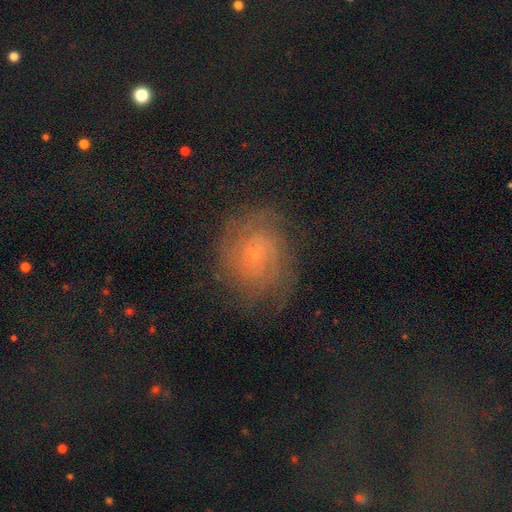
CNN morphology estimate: Overall: featured or disk (53%; star or artifact 28%). Edge-on disk: no (97%). Bar: no (71%). Spiral arms: yes (90%). Bulge size: small (83%). Merging: none (77%).